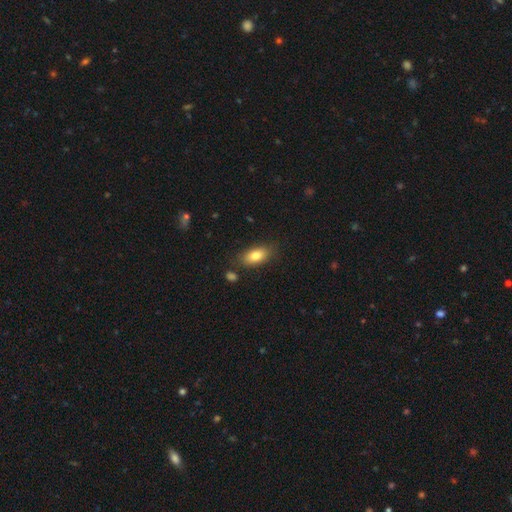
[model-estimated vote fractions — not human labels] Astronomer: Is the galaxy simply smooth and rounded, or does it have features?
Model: smooth — 80%.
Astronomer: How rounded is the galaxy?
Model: in between — 87%.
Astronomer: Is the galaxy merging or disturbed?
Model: none — 79%.